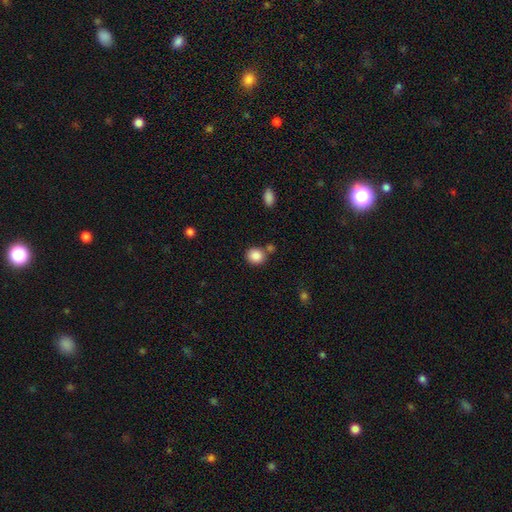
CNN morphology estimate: Overall: smooth (87%). How rounded: round (81%). Merging: none (74%).